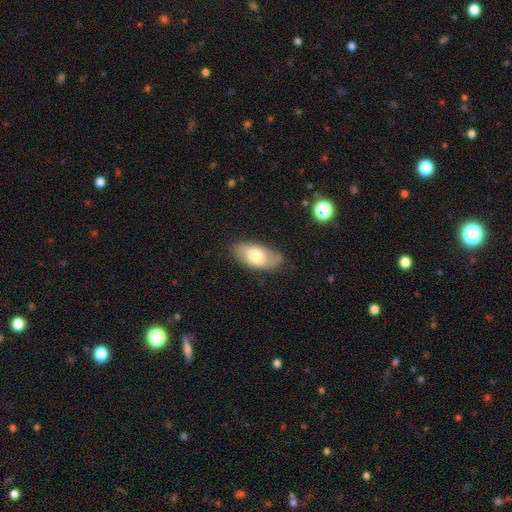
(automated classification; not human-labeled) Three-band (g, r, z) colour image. It shows a smooth galaxy with no disk features (70%) that is in between round and cigar-shaped (92%). Merging: none (75%).